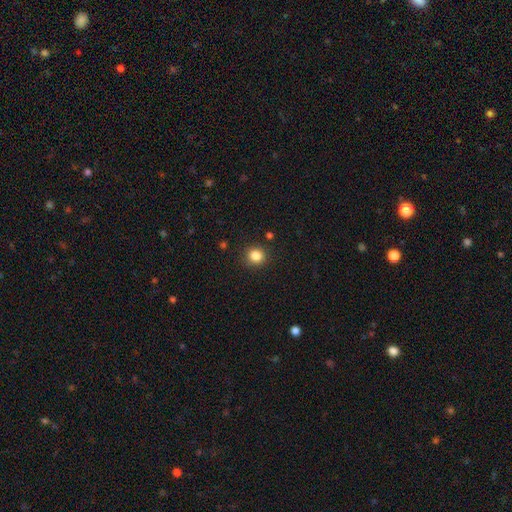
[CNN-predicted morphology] Smooth or featured? smooth (84%)
How rounded? round (85%)
Merging? none (89%)